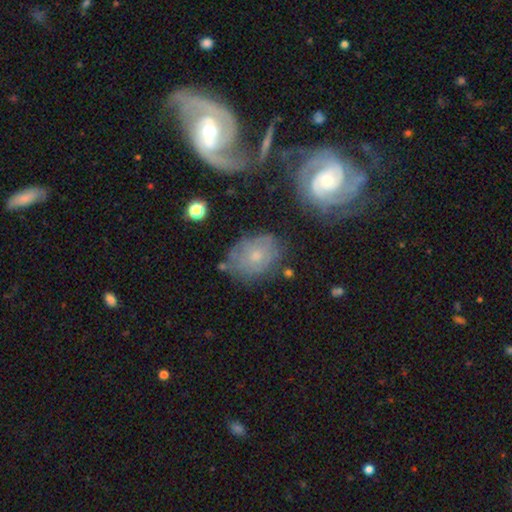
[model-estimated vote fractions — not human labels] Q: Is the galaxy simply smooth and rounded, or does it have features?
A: featured or disk — 52%.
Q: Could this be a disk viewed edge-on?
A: no — 95%.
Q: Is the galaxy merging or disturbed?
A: none — 64%.